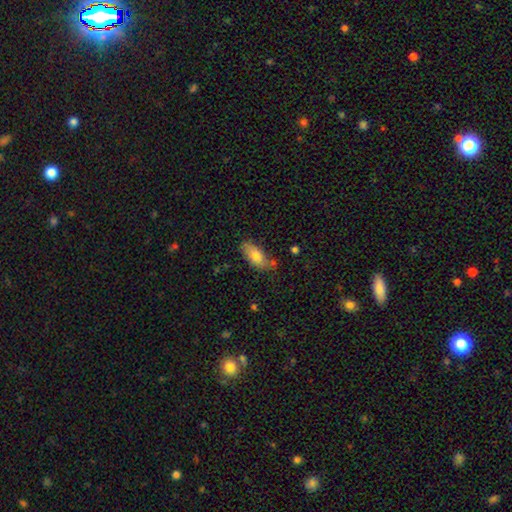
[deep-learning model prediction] Smooth or featured? smooth (75%)
How rounded? in between (87%)
Merging? none (70%)